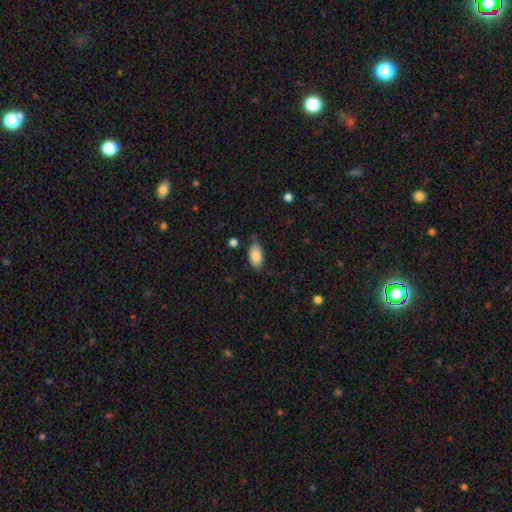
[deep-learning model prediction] smooth 84%, featured or disk 9%, star or artifact 7%. Down the decision tree: how rounded — in between (92%); merging — none (72%).